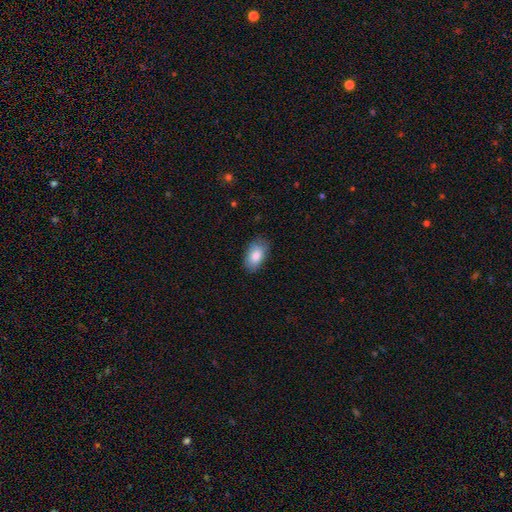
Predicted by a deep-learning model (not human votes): smooth_or_featured: smooth (p=0.84) [alt: featured or disk p=0.09]
how_rounded: in between (p=0.93) [alt: round p=0.05]
merging: none (p=0.79) [alt: minor disturbance p=0.17]